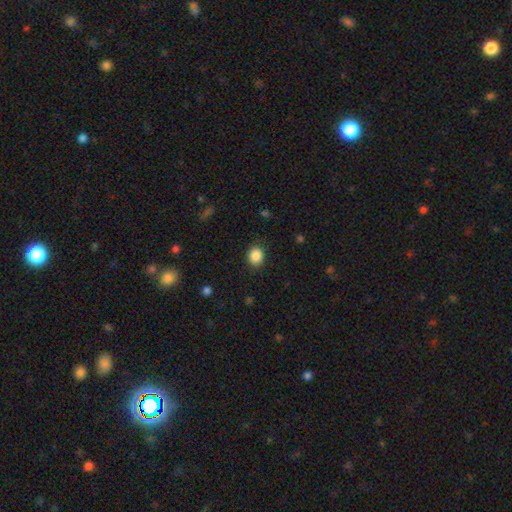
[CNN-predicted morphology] A smooth galaxy with no disk features (87%) that is round (66%). Merging: none (88%).